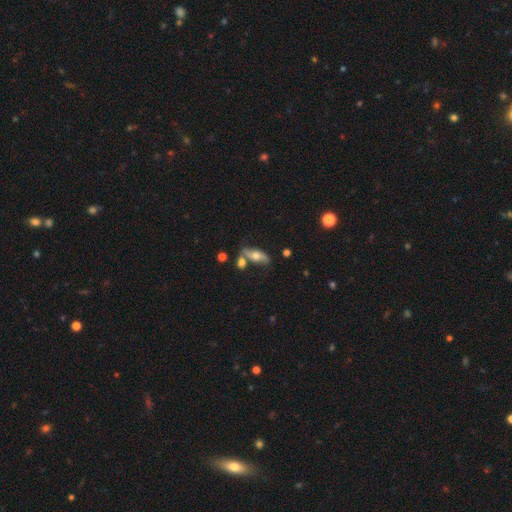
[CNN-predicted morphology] This is possibly a smooth galaxy (48%). Merging: possibly none (59%).